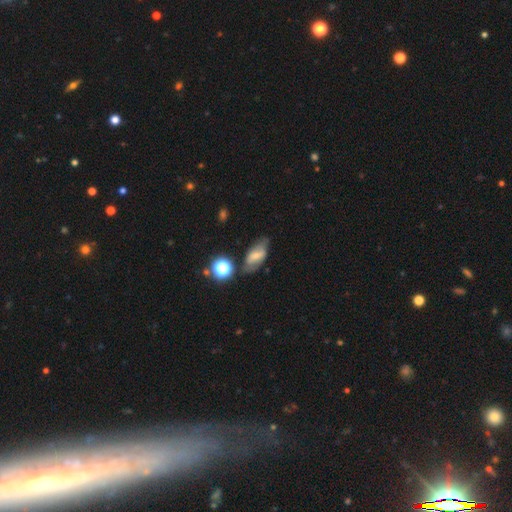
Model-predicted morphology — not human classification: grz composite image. It shows a smooth galaxy with no disk features (47%). Merging: none (67%).